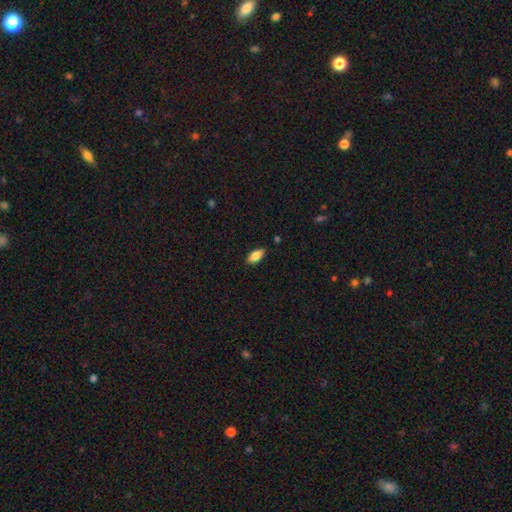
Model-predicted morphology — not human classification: smooth_or_featured: smooth (p=0.83) [alt: featured or disk p=0.10]
how_rounded: in between (p=0.88) [alt: cigar-shaped p=0.10]
merging: none (p=0.86) [alt: minor disturbance p=0.11]